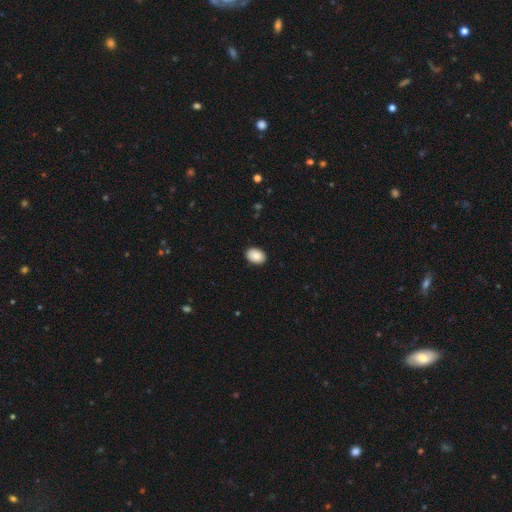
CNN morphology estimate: Smooth or featured: smooth — 88% (star or artifact — 7%)
How rounded: in between — 82% (round — 17%)
Merging: none — 90% (minor disturbance — 8%)